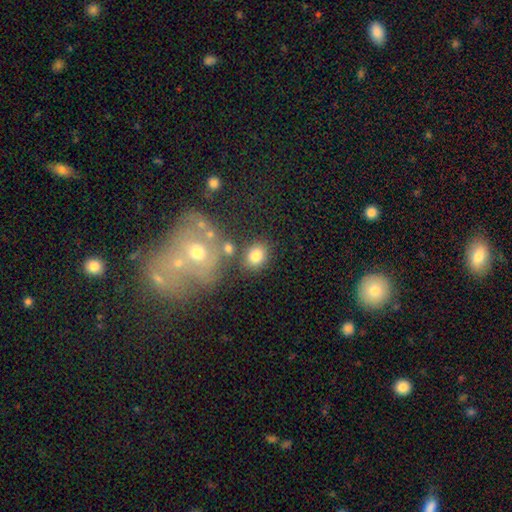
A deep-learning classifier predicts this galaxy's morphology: smooth 78%, star or artifact 11%, featured or disk 11%. Down the decision tree: how rounded — round (58%); merging — none (71%).